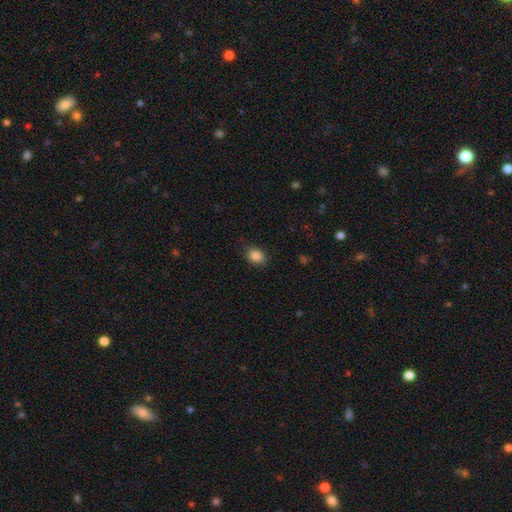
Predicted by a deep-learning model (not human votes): A smooth galaxy with no disk features (86%) that is in between round and cigar-shaped (58%). Merging: none (81%).